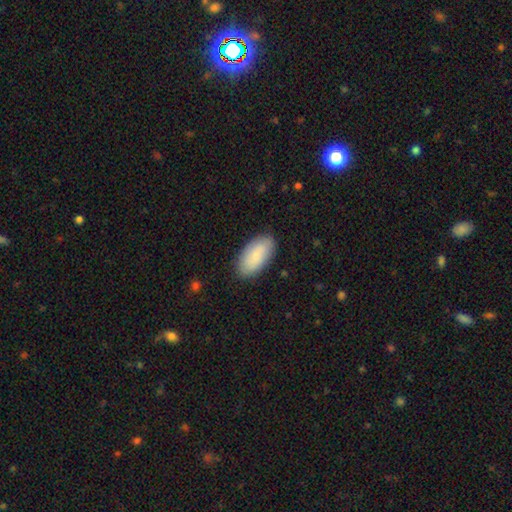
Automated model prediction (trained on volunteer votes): smooth-or-featured: smooth: 85% | featured or disk: 10% | star or artifact: 5%
  how-rounded: in between: 94% | cigar-shaped: 4% | round: 2%
  merging: none: 87% | minor disturbance: 9% | major disturbance: 2% | merger: 1%